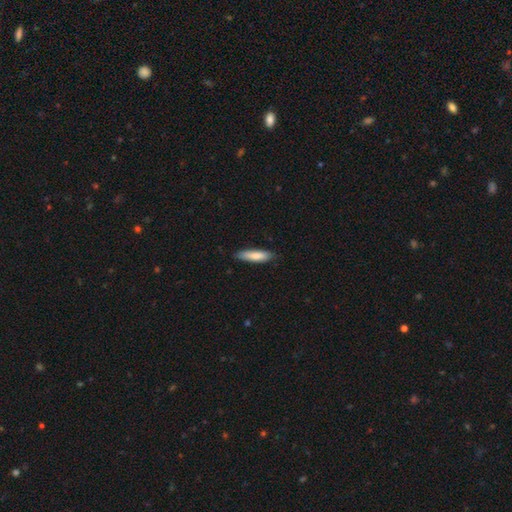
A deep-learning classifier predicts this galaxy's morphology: smooth_or_featured: smooth (p=0.81) [alt: featured or disk p=0.14]
how_rounded: cigar-shaped (p=0.69) [alt: in between p=0.30]
merging: none (p=0.83) [alt: minor disturbance p=0.14]